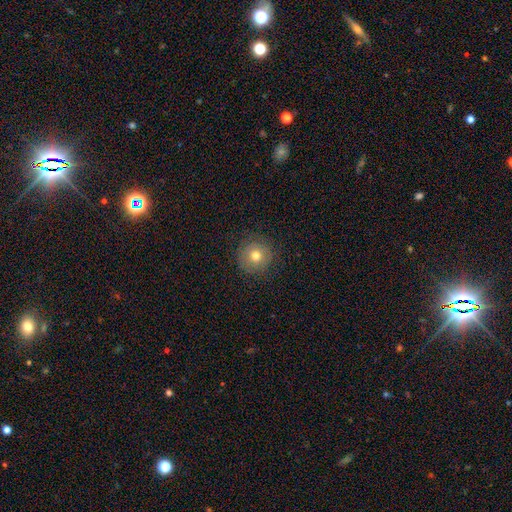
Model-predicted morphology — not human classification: A smooth galaxy with no disk features (70%) that is round (94%). Merging: none (85%).